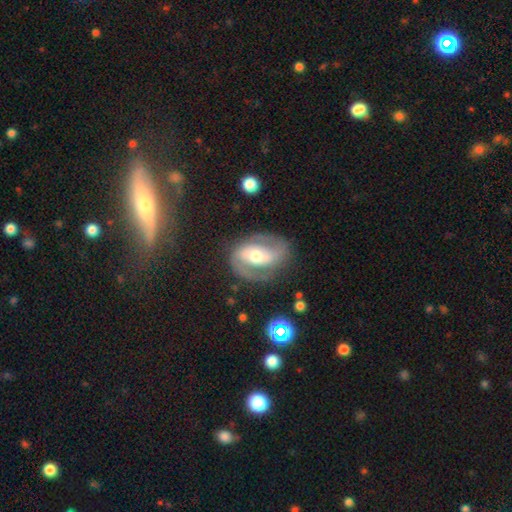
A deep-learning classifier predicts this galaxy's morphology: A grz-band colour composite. It shows a featured or disk galaxy (80%) with no bar (35%, tied with weak), 2 (85%) medium (49%) spiral arms (88%) and a moderate central bulge (66%). Merging: none (71%).